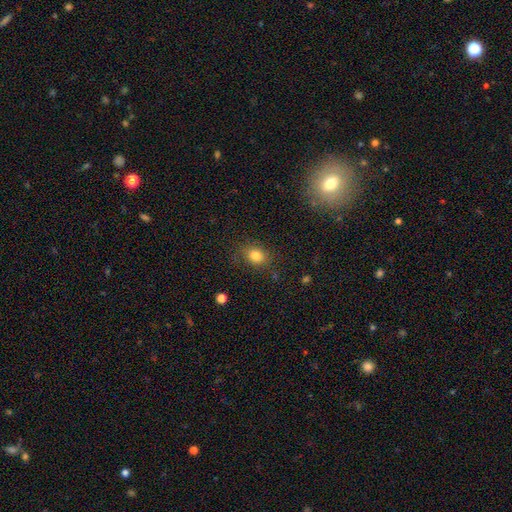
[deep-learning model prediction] This appears to be a smooth galaxy with no disk features (82%) that is round (53%). Merging: none (78%).